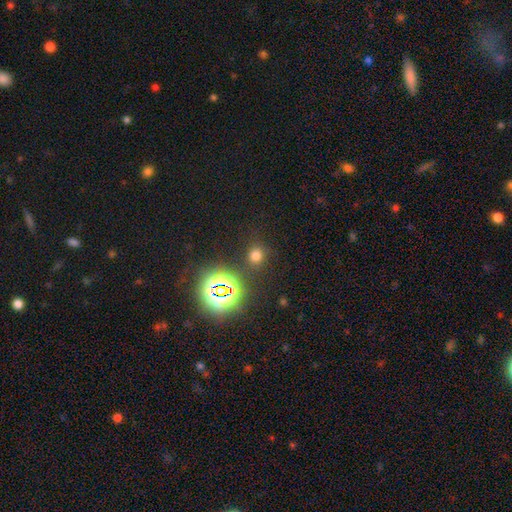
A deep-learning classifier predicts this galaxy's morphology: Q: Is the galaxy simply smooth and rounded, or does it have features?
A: smooth — 66%.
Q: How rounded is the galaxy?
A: round — 83%.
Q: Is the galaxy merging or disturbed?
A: none — 84%.